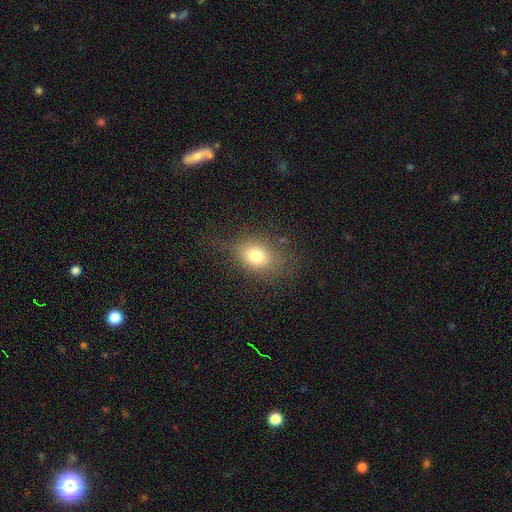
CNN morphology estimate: The model was most divided on "how rounded": in between: 61%, round: 37%, cigar-shaped: 2%. More confident: smooth or featured — smooth (75%); merging — none (71%).